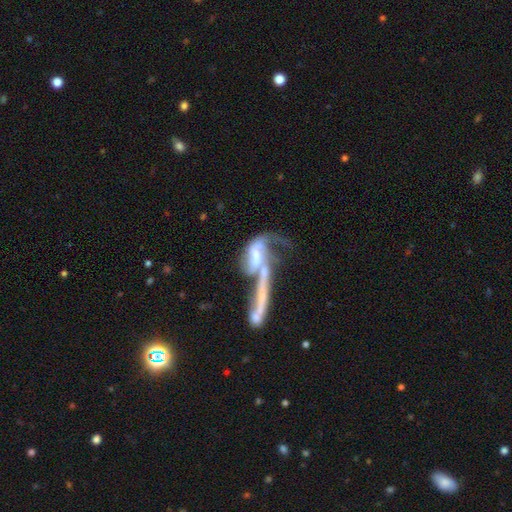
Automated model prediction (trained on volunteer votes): The model was most divided on "bulge size" (2-way tie): moderate: 32%, none: 32%, small: 26%, large: 8%, dominant: 2%. More confident: edge-on disk — no (85%); smooth or featured — featured or disk (65%); merging — merger (63%); spiral arms — yes (58%); bar — no (54%).